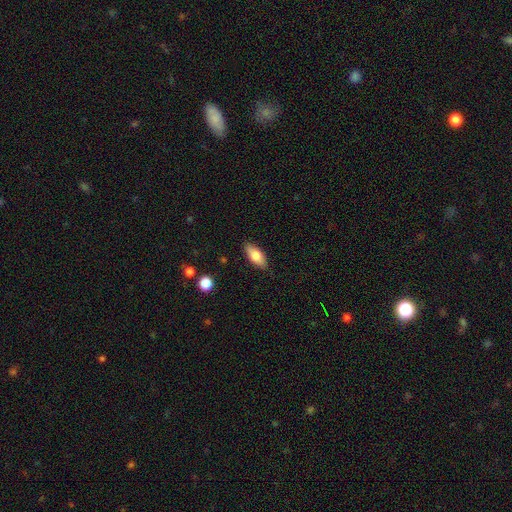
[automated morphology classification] Smooth or featured? Predicted: smooth (p=0.75). How rounded? Predicted: in between (p=0.83). Merging? Predicted: none (p=0.85).